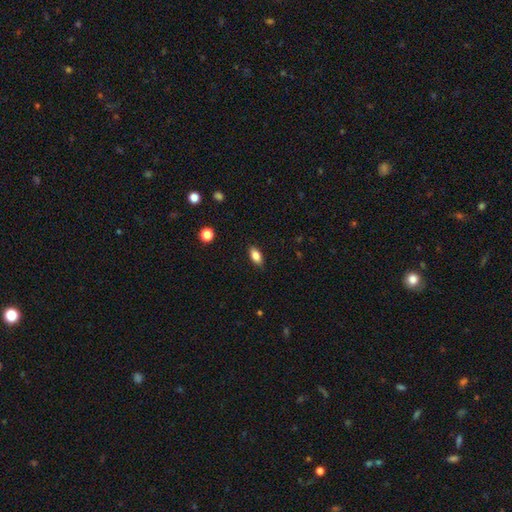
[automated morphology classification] type=smooth (83%); roundness=in between (88%); merging=none (88%).